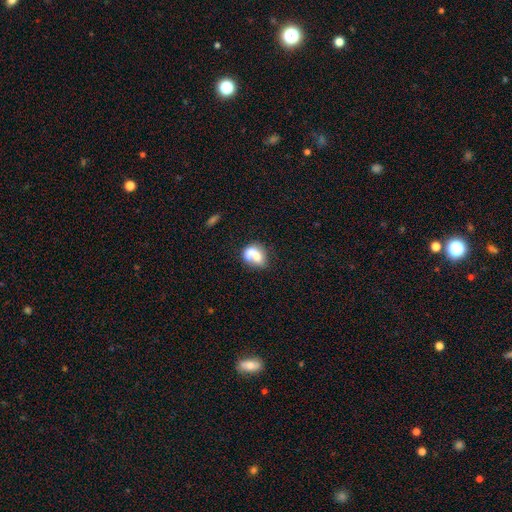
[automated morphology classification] Smooth or featured? Predicted: smooth (p=0.61). How rounded? Predicted: in between (p=0.55). Merging? Predicted: merger (p=0.60).